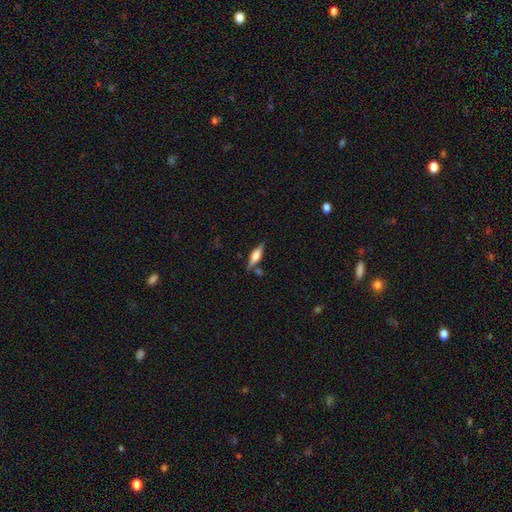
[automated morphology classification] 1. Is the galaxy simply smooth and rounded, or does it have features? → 52% featured or disk, 40% smooth, 7% star or artifact.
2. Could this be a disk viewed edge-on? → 94% yes, 6% no.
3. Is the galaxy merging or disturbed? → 76% none, 14% minor disturbance, 7% merger, 3% major disturbance.